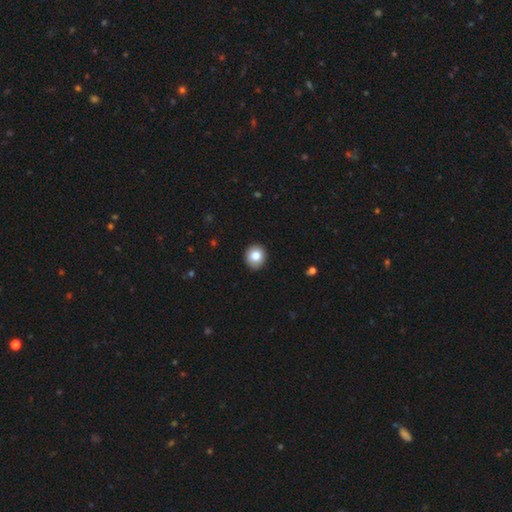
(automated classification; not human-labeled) Morphology: type=smooth (83%); roundness=round (80%); merging=none (91%).